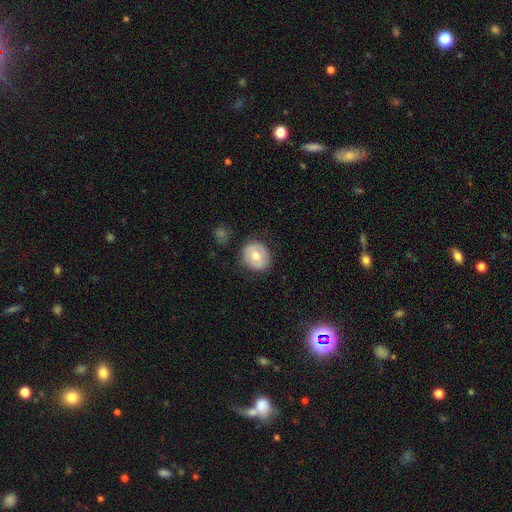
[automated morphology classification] This appears to be a smooth galaxy with no disk features (63%) that is round (71%). Merging: none (81%).